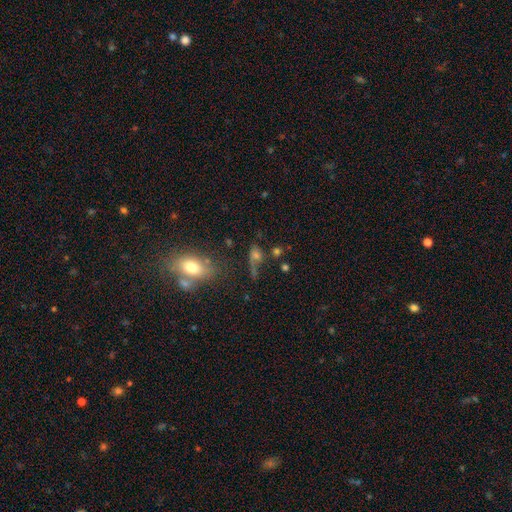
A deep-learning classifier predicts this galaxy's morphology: This is possibly a smooth galaxy (56%). How rounded: possibly in between (57%). Merging: possibly none (45%).